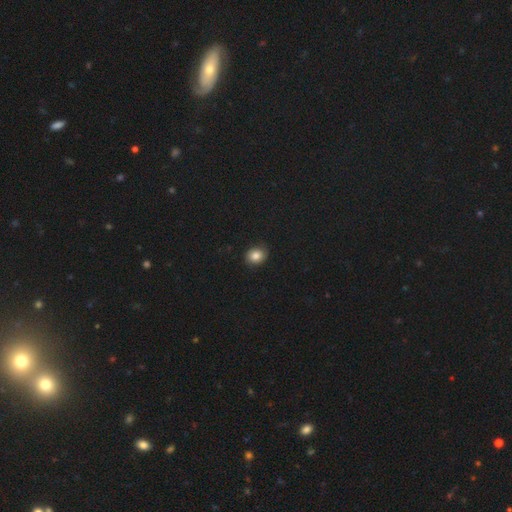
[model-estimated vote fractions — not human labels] A smooth galaxy with no disk features (84%) that is round (61%).

Vote fractions:
- Smooth or featured? smooth: 84% / star or artifact: 10% / featured or disk: 6%
- How rounded? round: 61% / in between: 39% / cigar-shaped: 1%
- Merging? none: 87% / minor disturbance: 10% / major disturbance: 2% / merger: 1%